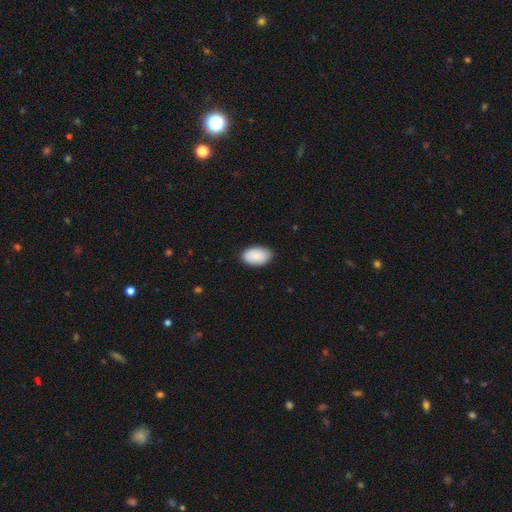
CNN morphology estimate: smooth_or_featured: smooth (p=0.89) [alt: star or artifact p=0.06]
how_rounded: in between (p=0.93) [alt: round p=0.06]
merging: none (p=0.87) [alt: minor disturbance p=0.11]